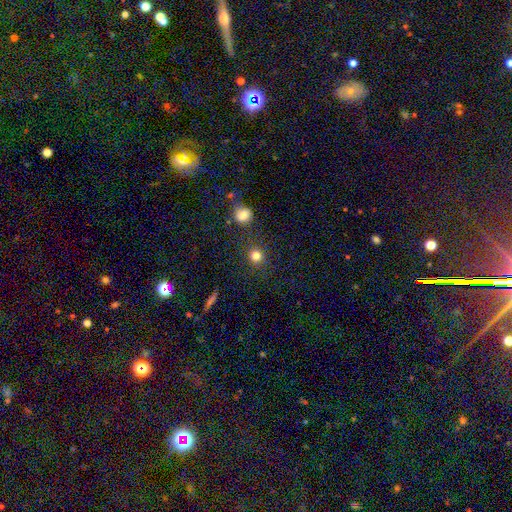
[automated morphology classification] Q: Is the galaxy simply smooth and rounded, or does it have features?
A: smooth — 81%.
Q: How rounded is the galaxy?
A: round — 90%.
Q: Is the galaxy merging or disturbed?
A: none — 87%.